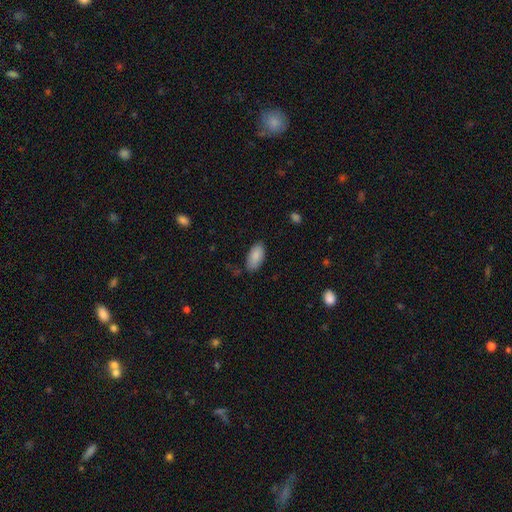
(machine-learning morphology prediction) Overall: smooth (88%). How rounded: in between (94%). Merging: none (78%).